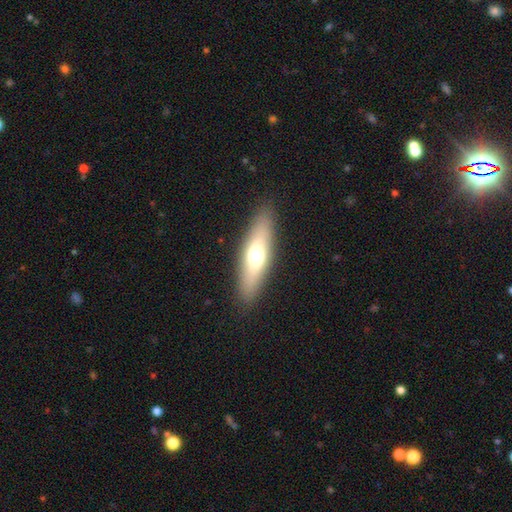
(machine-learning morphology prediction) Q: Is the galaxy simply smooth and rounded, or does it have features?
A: smooth — 58%.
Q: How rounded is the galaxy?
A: cigar-shaped — 57%.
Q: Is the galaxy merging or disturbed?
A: none — 89%.